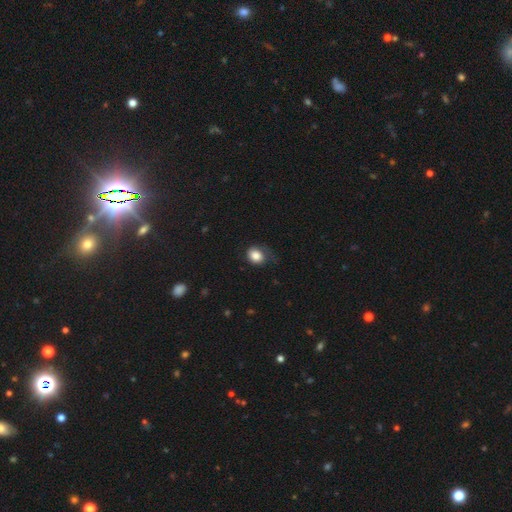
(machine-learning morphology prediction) A smooth galaxy with no disk features (84%) that is round (51%).

Vote fractions:
- Smooth or featured? smooth: 84% / star or artifact: 9% / featured or disk: 7%
- How rounded? round: 51% / in between: 48% / cigar-shaped: 1%
- Merging? none: 57% / minor disturbance: 29% / major disturbance: 13% / merger: 2%